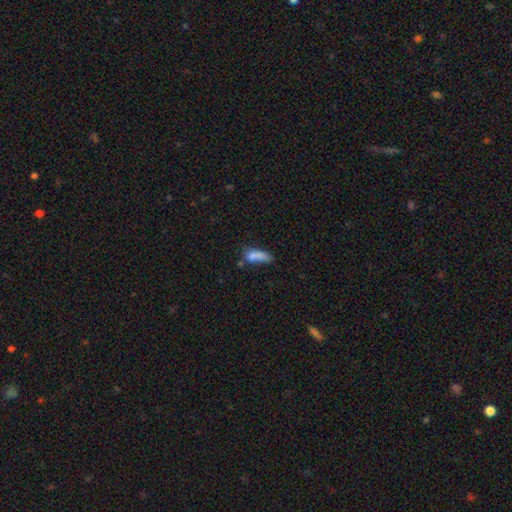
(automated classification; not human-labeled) smooth-or-featured: smooth: 75% | featured or disk: 15% | star or artifact: 10%
  how-rounded: in between: 54% | cigar-shaped: 42% | round: 5%
  merging: none: 34% | minor disturbance: 25% | merger: 21% | major disturbance: 20%